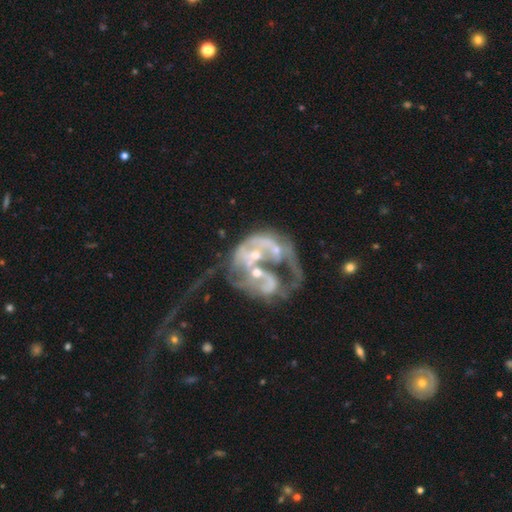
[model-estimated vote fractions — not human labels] smooth-or-featured: featured or disk: 80% | smooth: 10% | star or artifact: 9%
  disk-edge-on: no: 98% | yes: 2%
    bar: no: 73% | weak: 20% | strong: 8%
    has-spiral-arms: yes: 56% | no: 44%
    bulge-size: small: 40% | moderate: 37% | none: 17% | large: 4% | dominant: 2%
  merging: merger: 67% | major disturbance: 21% | none: 7% | minor disturbance: 5%